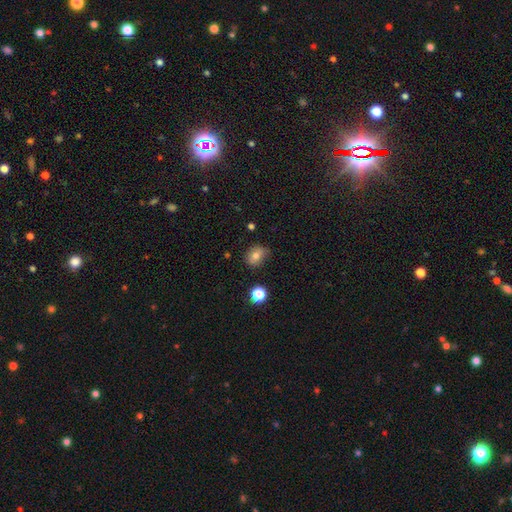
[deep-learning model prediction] The model was most divided on "how rounded": in between: 50%, round: 49%, cigar-shaped: 1%. More confident: smooth or featured — smooth (78%); merging — none (74%).